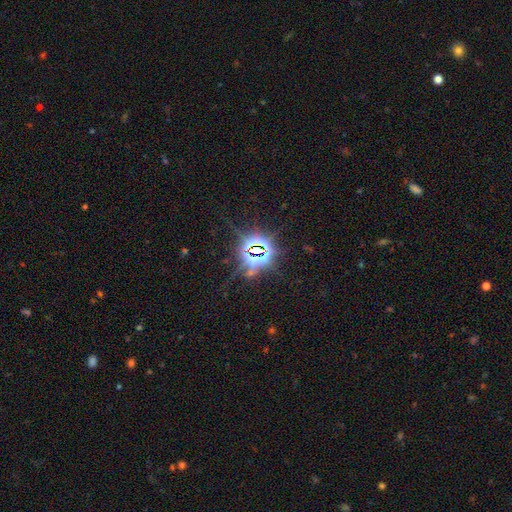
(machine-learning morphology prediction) Overall: star or artifact (85%).